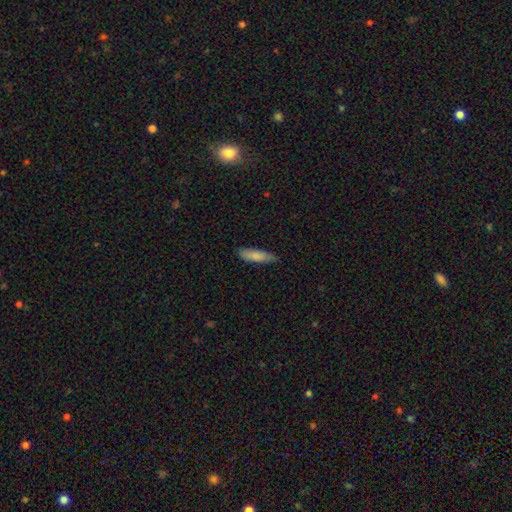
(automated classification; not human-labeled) smooth-or-featured: smooth: 83% | featured or disk: 11% | star or artifact: 6%
  how-rounded: cigar-shaped: 63% | in between: 35% | round: 2%
  merging: none: 77% | minor disturbance: 19% | major disturbance: 3% | merger: 1%